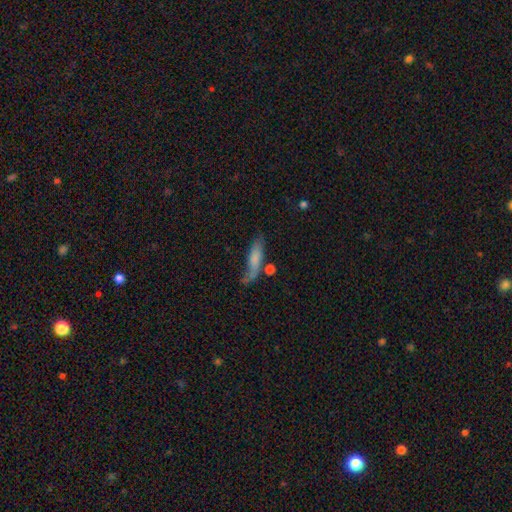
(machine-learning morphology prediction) Smooth or featured? Predicted: smooth (p=0.57). How rounded? Predicted: cigar-shaped (p=0.70). Merging? Predicted: none (p=0.48).